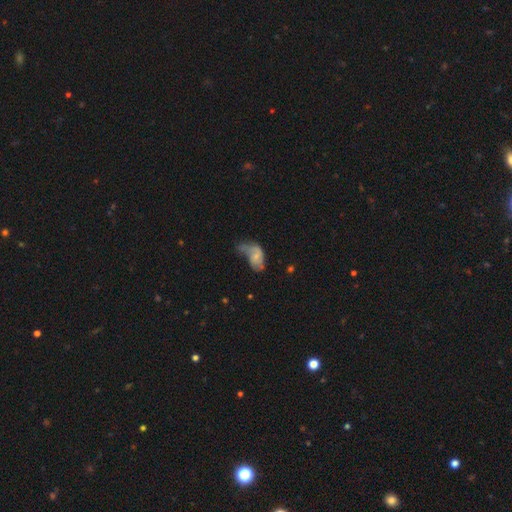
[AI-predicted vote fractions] Q: Smooth or featured?
A: smooth (49%); runner-up: featured or disk (43%)
Q: Merging?
A: major disturbance (42%); runner-up: minor disturbance (26%)